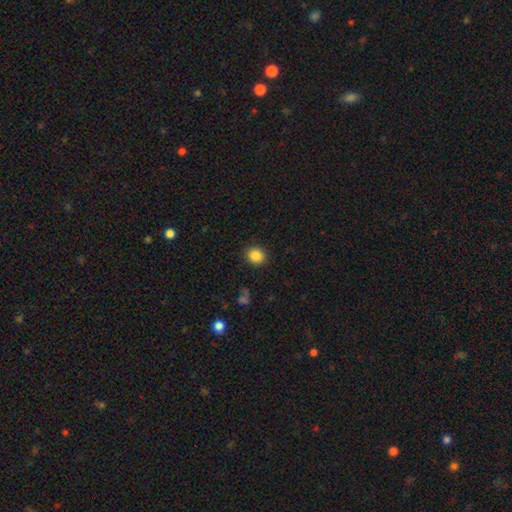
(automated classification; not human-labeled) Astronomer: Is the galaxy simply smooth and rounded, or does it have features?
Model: smooth — 86%.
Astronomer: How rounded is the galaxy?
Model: round — 82%.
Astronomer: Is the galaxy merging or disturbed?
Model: none — 90%.